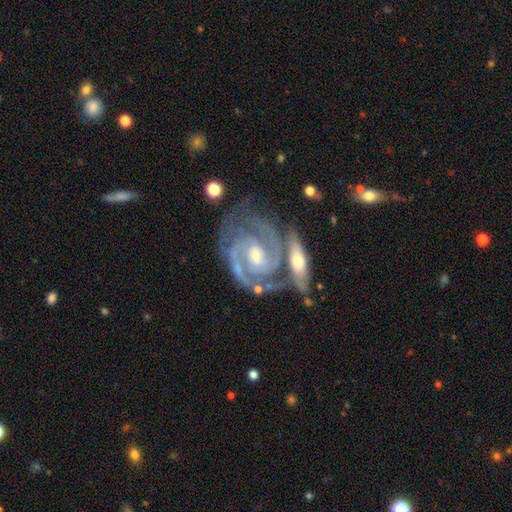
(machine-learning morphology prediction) The model was most divided on "bulge size": small: 48%, moderate: 47%, large: 2%, none: 2%, dominant: 1%. Remaining: spiral arms — yes (98%); edge-on disk — no (96%); smooth or featured — featured or disk (92%); spiral winding — tight (68%); spiral arm count — 2 (63%); merging — none (50%); bar — no (42%).